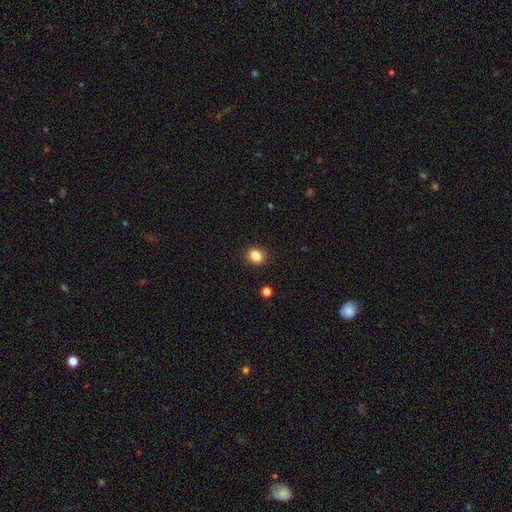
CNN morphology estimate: smooth-or-featured: smooth: 85% | star or artifact: 10% | featured or disk: 4%
  how-rounded: round: 50% | in between: 49% | cigar-shaped: 1%
  merging: none: 88% | minor disturbance: 8% | major disturbance: 2% | merger: 1%